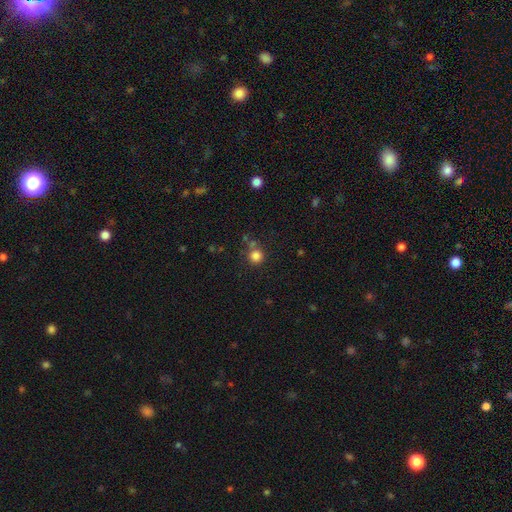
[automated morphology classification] This is clearly a smooth galaxy (82%). How rounded: clearly round (92%). Merging: likely none (72%).